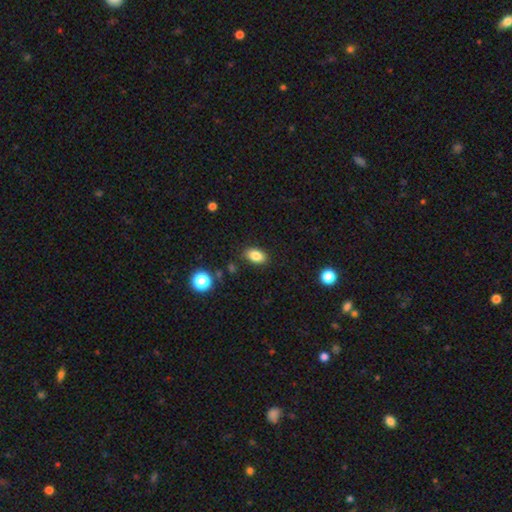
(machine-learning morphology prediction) smooth_or_featured: smooth (p=0.84) [alt: star or artifact p=0.10]
how_rounded: in between (p=0.88) [alt: round p=0.10]
merging: none (p=0.86) [alt: minor disturbance p=0.10]